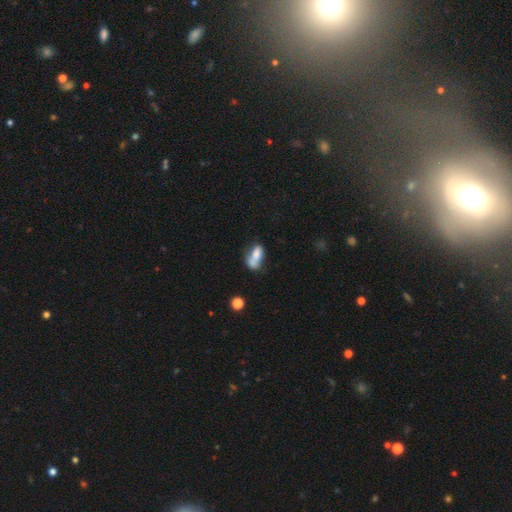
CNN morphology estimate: Q: Smooth or featured?
A: smooth (69%); runner-up: featured or disk (22%)
Q: How rounded?
A: in between (81%); runner-up: cigar-shaped (11%)
Q: Merging?
A: merger (47%); runner-up: none (25%)